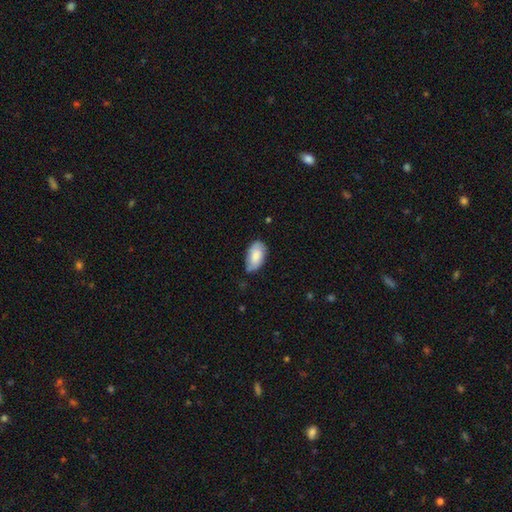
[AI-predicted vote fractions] This is likely a smooth galaxy (68%). How rounded: clearly in between (94%). Merging: likely none (65%).